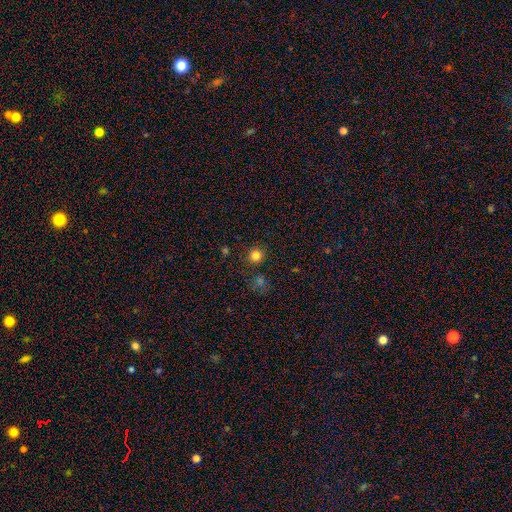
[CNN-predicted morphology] smooth-or-featured: smooth: 80% | star or artifact: 14% | featured or disk: 5%
  how-rounded: round: 92% | in between: 7% | cigar-shaped: 1%
  merging: none: 88% | minor disturbance: 7% | merger: 3% | major disturbance: 2%